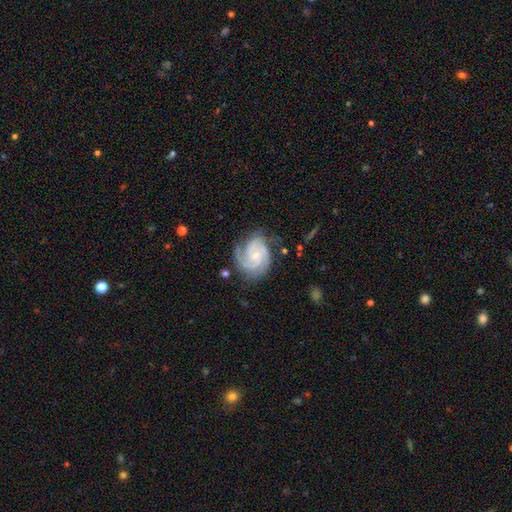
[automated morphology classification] Overall: featured or disk (88%). Edge-on disk: no (98%). Bar: no (72%). Spiral arms: yes (98%). Spiral arm count: 3 (52%; 2 15%). Spiral winding: tight (60%; medium 34%). Bulge size: small (72%). Merging: none (67%).